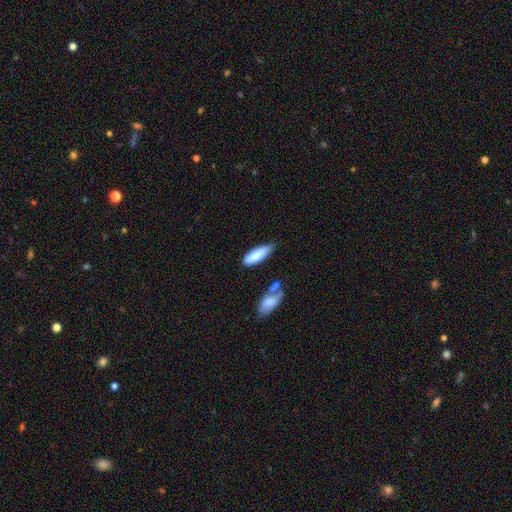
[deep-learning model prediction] Q: Smooth or featured?
A: smooth (82%); runner-up: featured or disk (12%)
Q: How rounded?
A: in between (54%); runner-up: cigar-shaped (44%)
Q: Merging?
A: none (62%); runner-up: minor disturbance (26%)